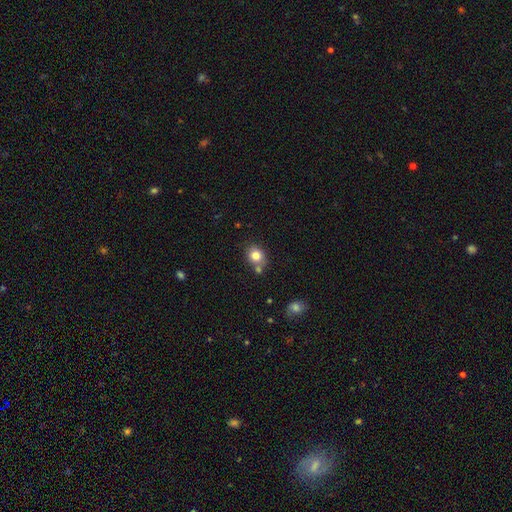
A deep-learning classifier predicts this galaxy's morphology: The model was most divided on "how rounded": round: 66%, in between: 33%, cigar-shaped: 1%. More confident: smooth or featured — smooth (80%); merging — none (64%).